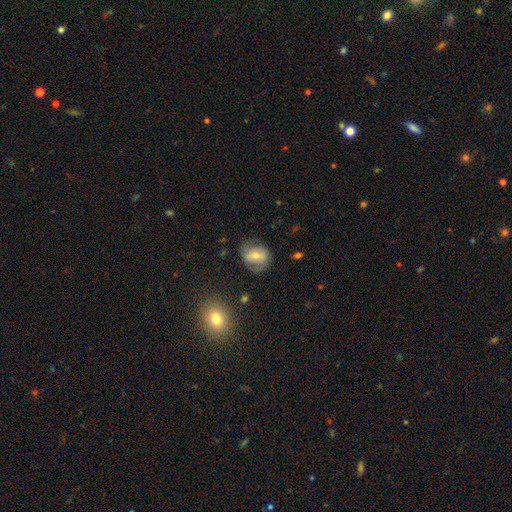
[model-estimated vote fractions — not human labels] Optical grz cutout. It shows a smooth galaxy with no disk features (51%) that is round (56%). Merging: none (62%).